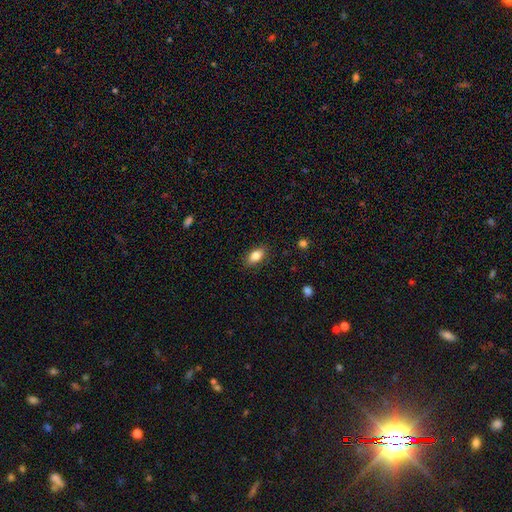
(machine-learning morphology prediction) This is clearly a smooth galaxy (84%). How rounded: clearly in between (88%). Merging: clearly none (87%).